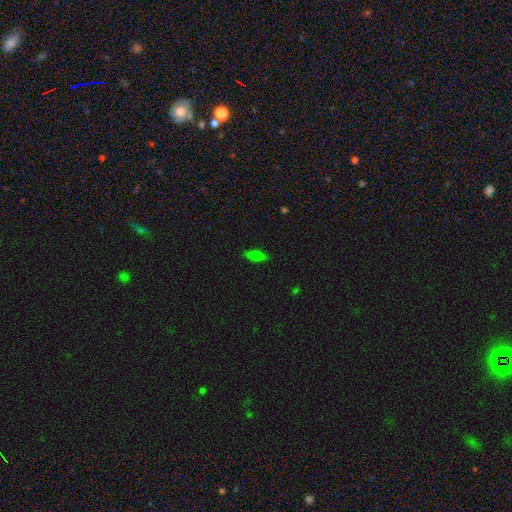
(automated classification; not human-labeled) Smooth or featured?
  - smooth: 71% *
  - featured or disk: 16%
  - star or artifact: 13%
How rounded?
  - in between: 65% *
  - cigar-shaped: 32%
  - round: 4%
Merging?
  - none: 86% *
  - minor disturbance: 11%
  - major disturbance: 2%
  - merger: 1%